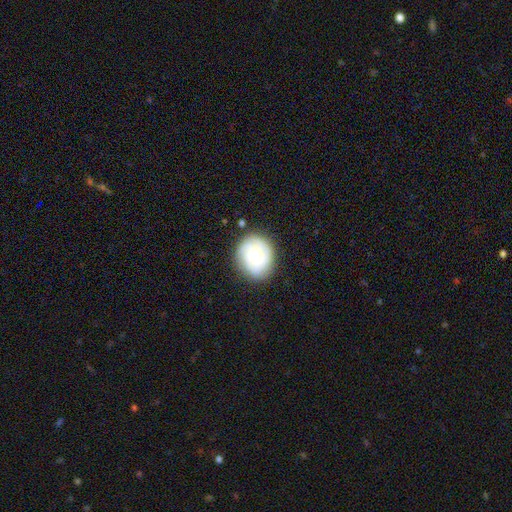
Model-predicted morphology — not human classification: Smooth or featured: featured or disk — 59% (smooth — 34%)
Edge-on disk: no — 98% (yes — 2%)
Bar: no — 76% (weak — 21%)
Spiral arms: yes — 90% (no — 10%)
Spiral winding: tight — 62% (medium — 29%)
Spiral arm count: 3 — 37% (can't tell — 29%)
Bulge size: moderate — 57% (small — 30%)
Merging: none — 80% (minor disturbance — 14%)